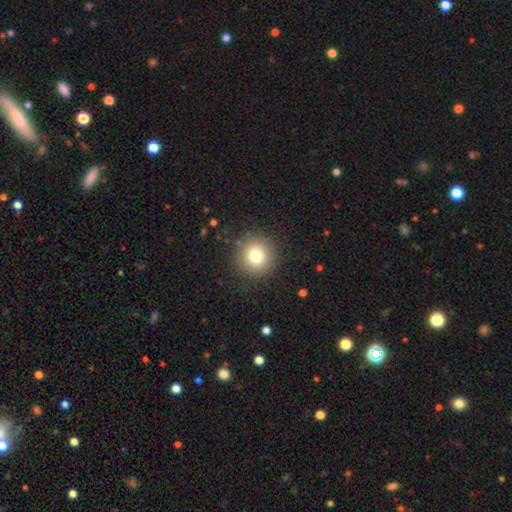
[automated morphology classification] Smooth or featured? Predicted: smooth (p=0.77). How rounded? Predicted: round (p=0.94). Merging? Predicted: none (p=0.89).